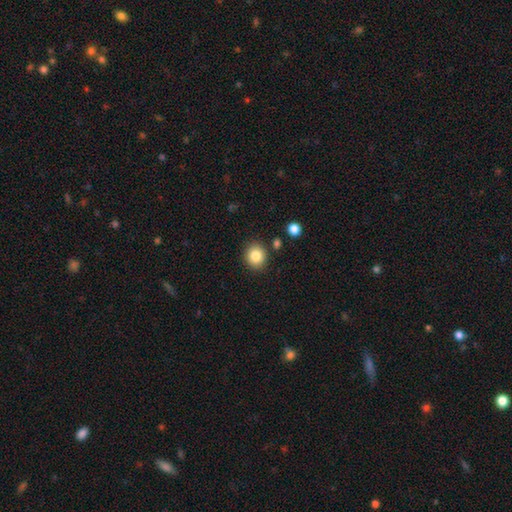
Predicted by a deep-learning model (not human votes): smooth_or_featured: smooth (p=0.84) [alt: star or artifact p=0.10]
how_rounded: round (p=0.85) [alt: in between p=0.14]
merging: none (p=0.88) [alt: minor disturbance p=0.07]